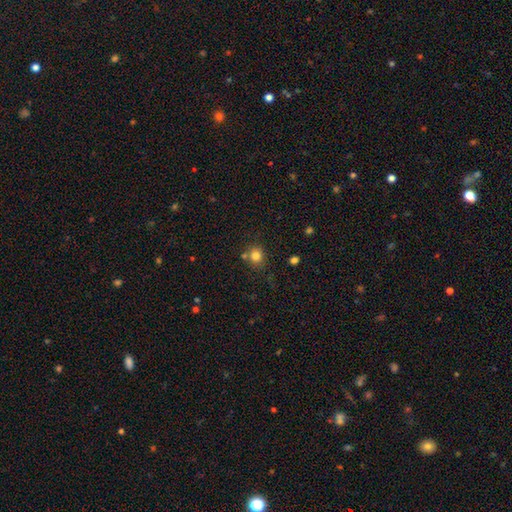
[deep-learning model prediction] smooth 81%, star or artifact 13%, featured or disk 6%. Down the decision tree: how rounded — round (84%); merging — none (75%).